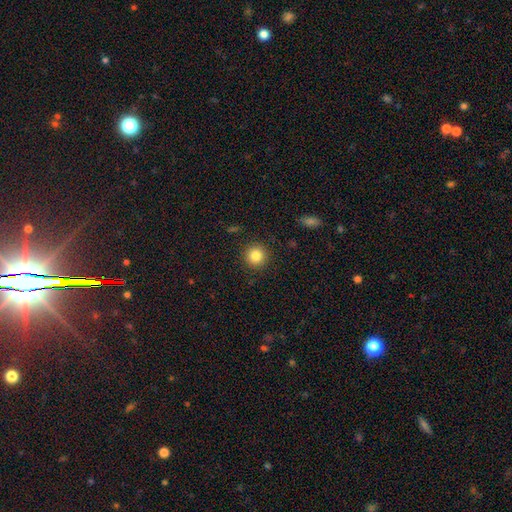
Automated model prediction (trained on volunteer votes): Overall: smooth (84%). How rounded: round (94%). Merging: none (91%).